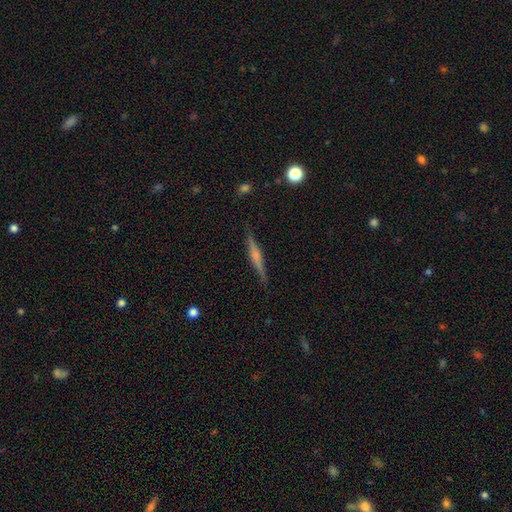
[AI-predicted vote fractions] featured or disk 59%, smooth 34%, star or artifact 7%. Down the decision tree: edge-on disk — yes (97%); edge-on bulge — rounded (54%); merging — none (88%).